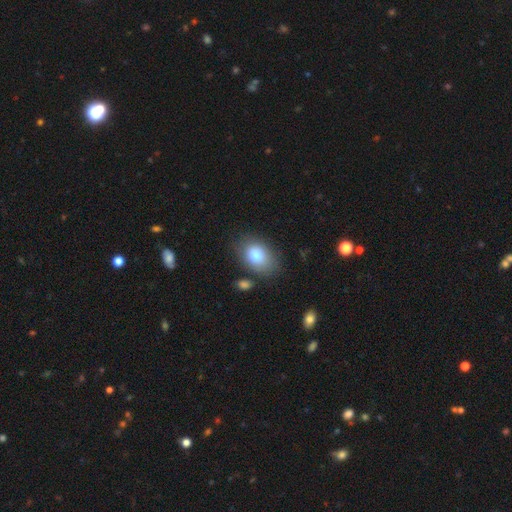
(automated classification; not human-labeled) Morphology: type=smooth (79%); roundness=in between (81%); merging=none (75%).